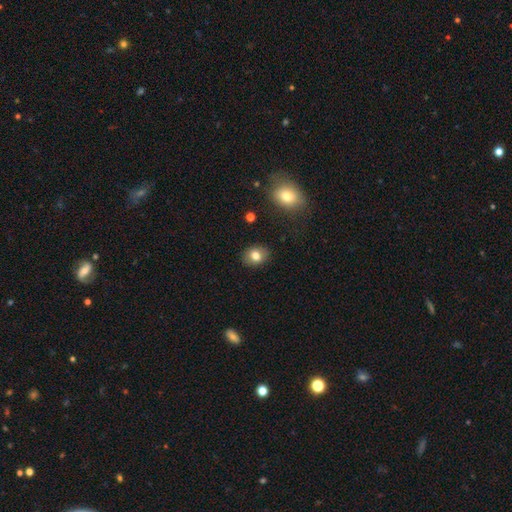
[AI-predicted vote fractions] Q: Smooth or featured?
A: smooth (78%); runner-up: featured or disk (11%)
Q: How rounded?
A: round (51%); runner-up: in between (48%)
Q: Merging?
A: none (87%); runner-up: minor disturbance (9%)